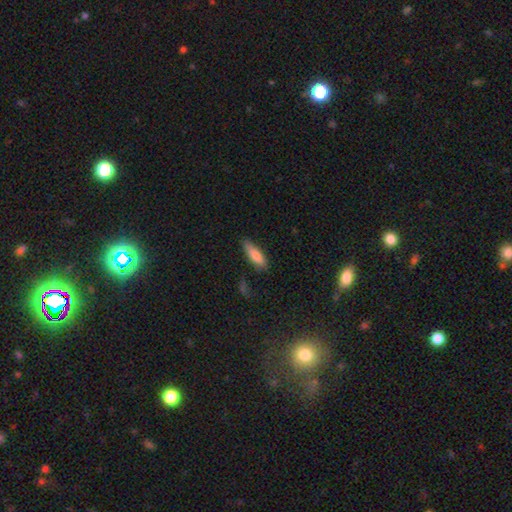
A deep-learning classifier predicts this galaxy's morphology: A smooth galaxy with no disk features (81%) that is cigar-shaped (50%). Merging: none (72%).